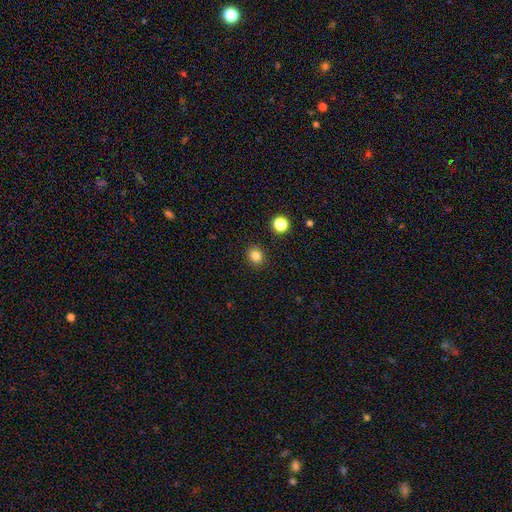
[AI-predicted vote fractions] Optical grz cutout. It shows a smooth galaxy with no disk features (83%) that is round (83%). Merging: none (91%).